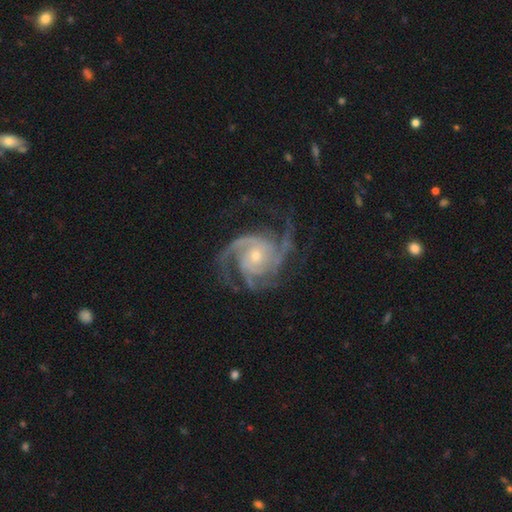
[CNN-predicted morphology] A featured or disk galaxy (92%) with no bar (72%), 3 (46%) medium (47%) spiral arms (98%) and a small central bulge (63%).

Vote fractions:
- Smooth or featured? featured or disk: 92% / star or artifact: 4% / smooth: 3%
- Edge-on disk? no: 98% / yes: 2%
- Bar? no: 72% / weak: 22% / strong: 6%
- Spiral arms? yes: 98% / no: 2%
- Spiral winding? medium: 47% / tight: 42% / loose: 11%
- Spiral arm count? 3: 46% / 2: 19% / 4: 14% / can't tell: 9% / more than 4: 6% / 1: 6%
- Bulge size? small: 63% / moderate: 33% / large: 2% / none: 1% / dominant: 1%
- Merging? none: 65% / minor disturbance: 17% / major disturbance: 16% / merger: 2%